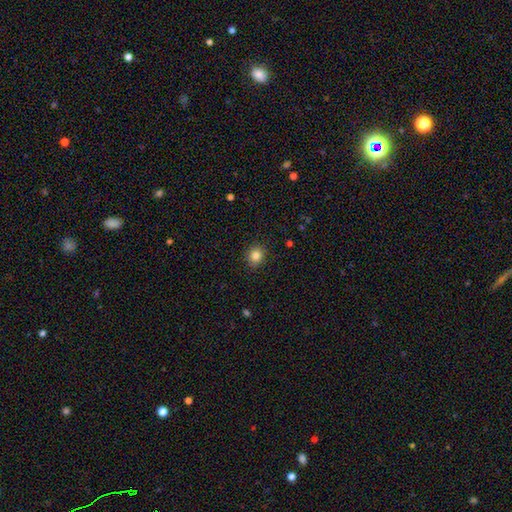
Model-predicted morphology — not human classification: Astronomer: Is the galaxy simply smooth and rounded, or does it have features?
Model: smooth — 84%.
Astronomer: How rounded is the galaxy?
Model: round — 79%.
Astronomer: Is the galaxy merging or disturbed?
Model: none — 90%.